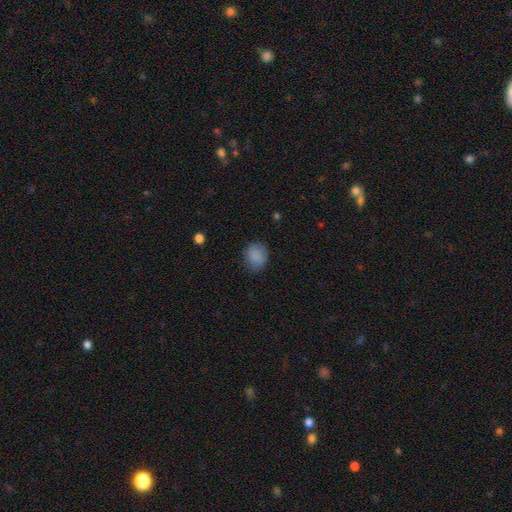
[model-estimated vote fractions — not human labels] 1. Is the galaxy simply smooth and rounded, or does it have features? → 87% smooth, 9% star or artifact, 5% featured or disk.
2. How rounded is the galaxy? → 63% round, 36% in between, 1% cigar-shaped.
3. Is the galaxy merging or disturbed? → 77% none, 18% minor disturbance, 4% major disturbance, 1% merger.